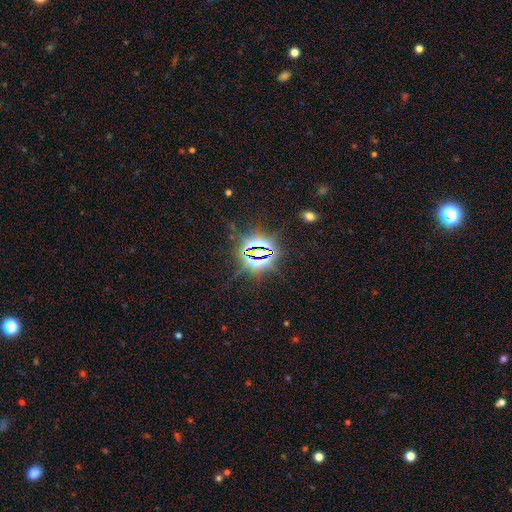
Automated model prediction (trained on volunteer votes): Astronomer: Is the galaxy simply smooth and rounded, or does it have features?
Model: star or artifact — 84%.